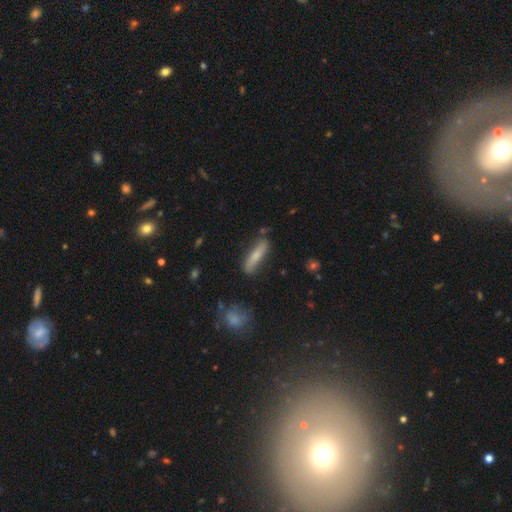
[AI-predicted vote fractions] smooth_or_featured: smooth (p=0.64) [alt: featured or disk p=0.29]
how_rounded: cigar-shaped (p=0.81) [alt: in between p=0.17]
merging: none (p=0.78) [alt: minor disturbance p=0.15]